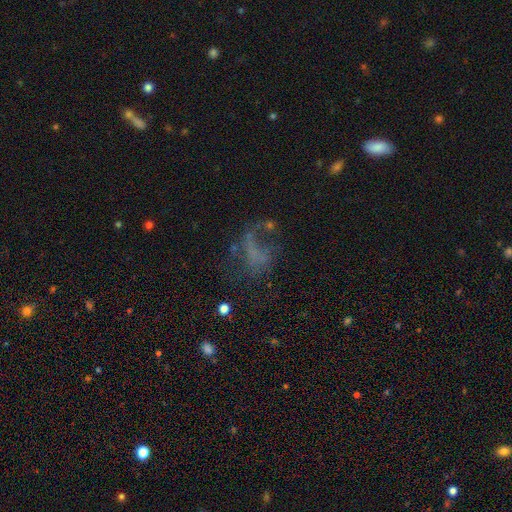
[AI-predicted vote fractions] smooth-or-featured: featured or disk: 43% | smooth: 31% | star or artifact: 26%
  merging: major disturbance: 43% | none: 34% | minor disturbance: 14% | merger: 8%